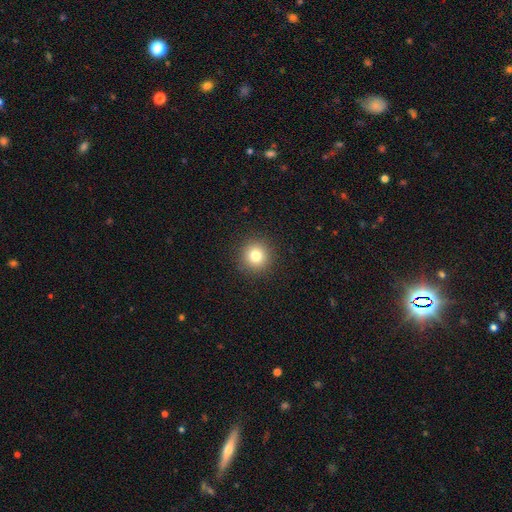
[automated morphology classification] smooth 80%, star or artifact 12%, featured or disk 8%. Down the decision tree: how rounded — round (94%); merging — none (92%).